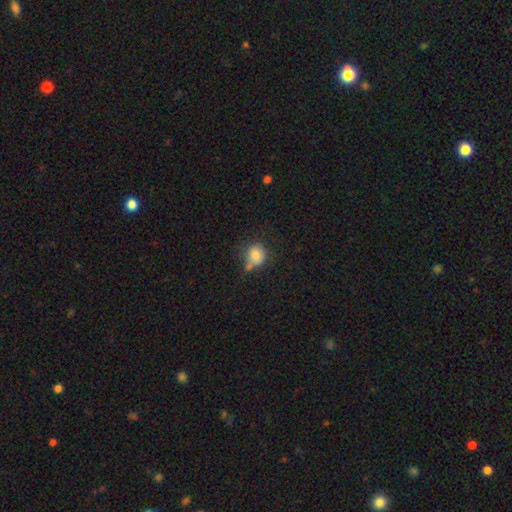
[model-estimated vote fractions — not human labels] Smooth or featured?
  - smooth: 78% *
  - featured or disk: 12%
  - star or artifact: 10%
How rounded?
  - round: 78% *
  - in between: 21%
  - cigar-shaped: 1%
Merging?
  - none: 52% *
  - minor disturbance: 25%
  - merger: 16%
  - major disturbance: 7%